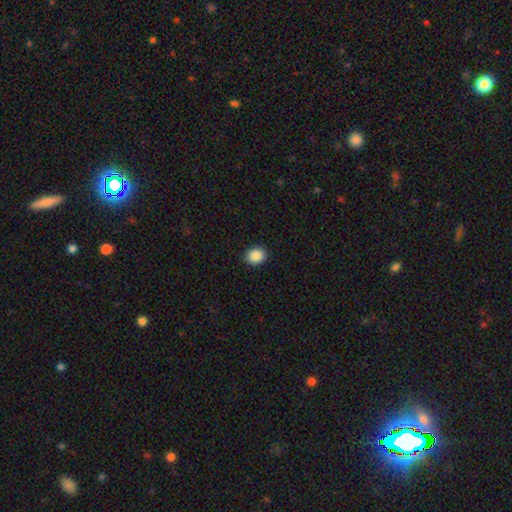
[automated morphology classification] A smooth galaxy with no disk features (88%) that is round (57%).

Vote fractions:
- Smooth or featured? smooth: 88% / star or artifact: 9% / featured or disk: 3%
- How rounded? round: 57% / in between: 42% / cigar-shaped: 1%
- Merging? none: 91% / minor disturbance: 6% / major disturbance: 2% / merger: 1%